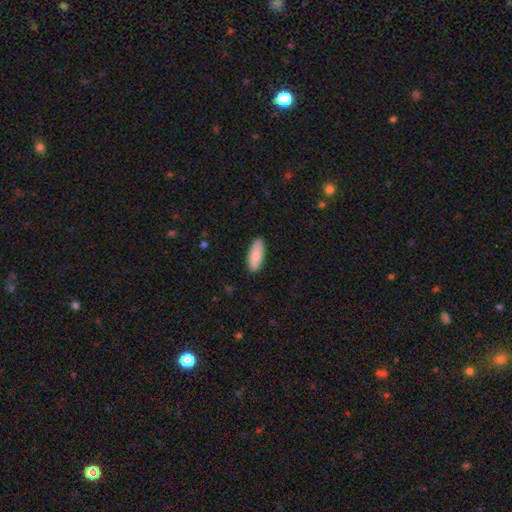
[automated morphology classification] The model was most divided on "how rounded": in between: 77%, cigar-shaped: 21%, round: 2%. More confident: merging — none (89%); smooth or featured — smooth (88%).